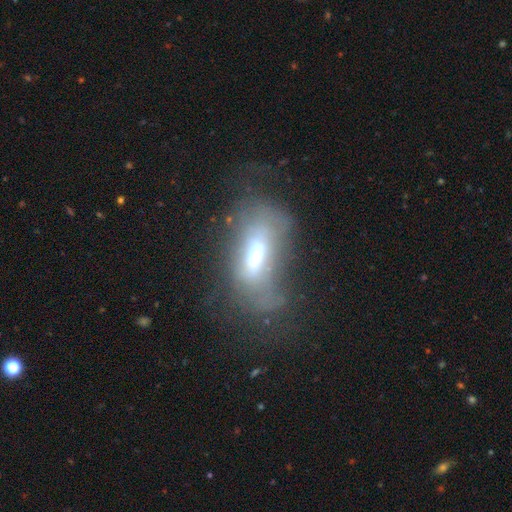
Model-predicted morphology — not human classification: This appears to be a featured or disk galaxy (50%). Merging: none (39%).